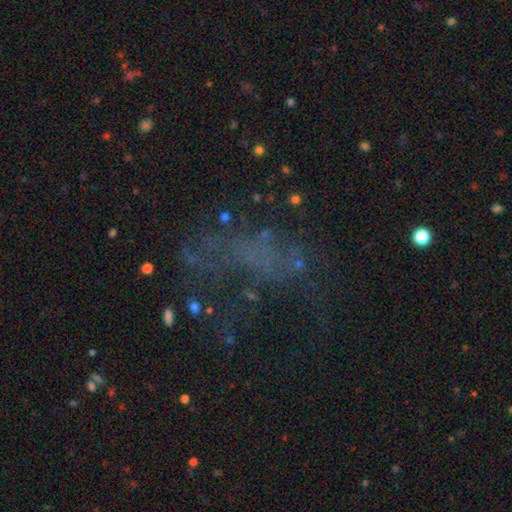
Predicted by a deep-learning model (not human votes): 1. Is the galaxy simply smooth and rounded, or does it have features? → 45% star or artifact, 31% featured or disk, 24% smooth.